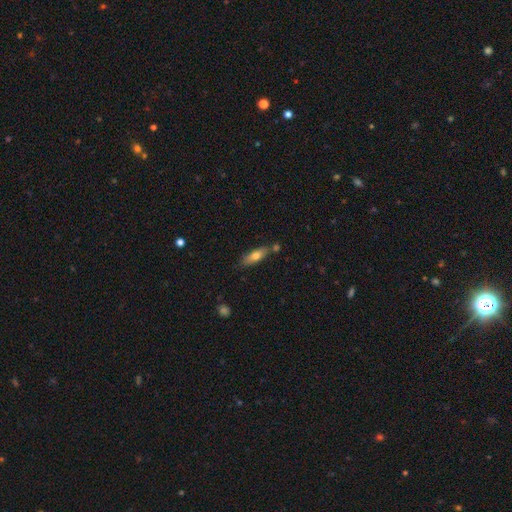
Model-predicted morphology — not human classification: type=smooth (69%); roundness=in between (53%); merging=none (71%).